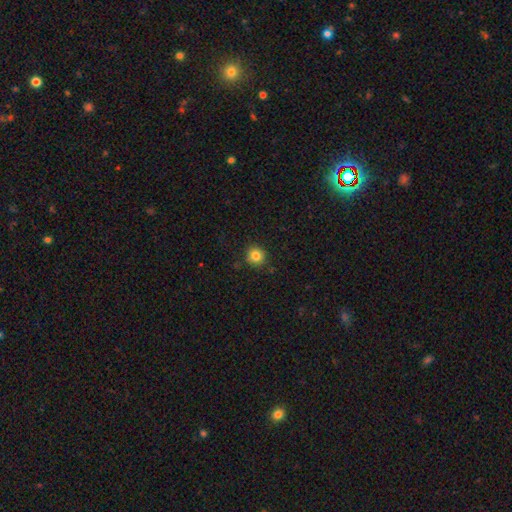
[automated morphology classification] Smooth or featured? Predicted: smooth (p=0.83). How rounded? Predicted: round (p=0.91). Merging? Predicted: none (p=0.87).